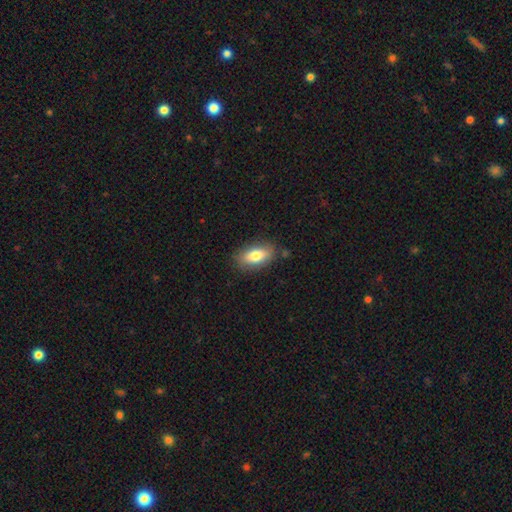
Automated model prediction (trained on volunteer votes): Overall: smooth (75%). How rounded: in between (86%). Merging: none (80%).